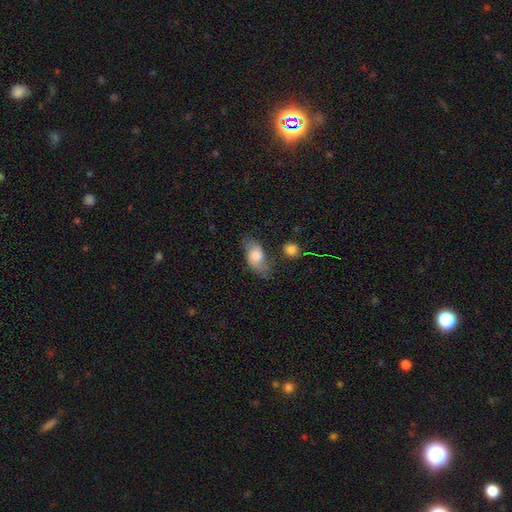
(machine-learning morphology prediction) smooth_or_featured: smooth (p=0.58) [alt: featured or disk p=0.34]
how_rounded: in between (p=0.87) [alt: round p=0.09]
merging: none (p=0.57) [alt: minor disturbance p=0.26]